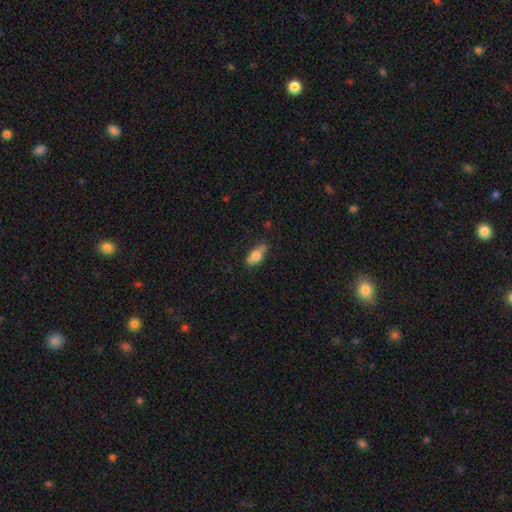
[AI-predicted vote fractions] This appears to be a smooth galaxy with no disk features (61%) that is in between round and cigar-shaped (77%). Merging: none (65%).